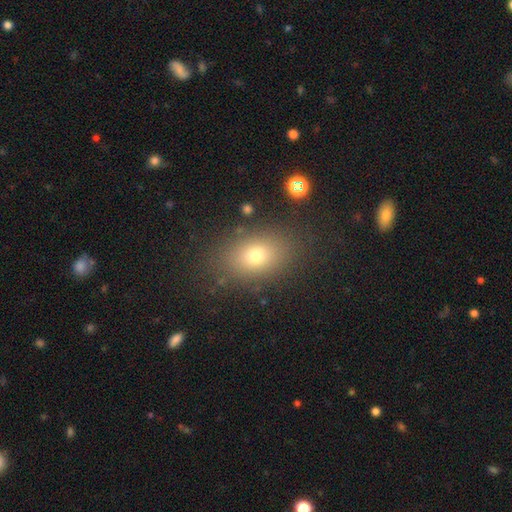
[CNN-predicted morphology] Overall: smooth (72%). How rounded: in between (76%). Merging: none (82%).